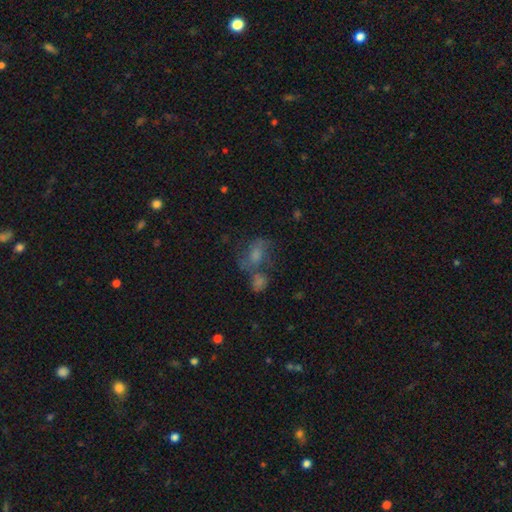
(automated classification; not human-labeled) smooth_or_featured: smooth (p=0.42) [alt: featured or disk p=0.39]
merging: none (p=0.36) [alt: merger p=0.31]